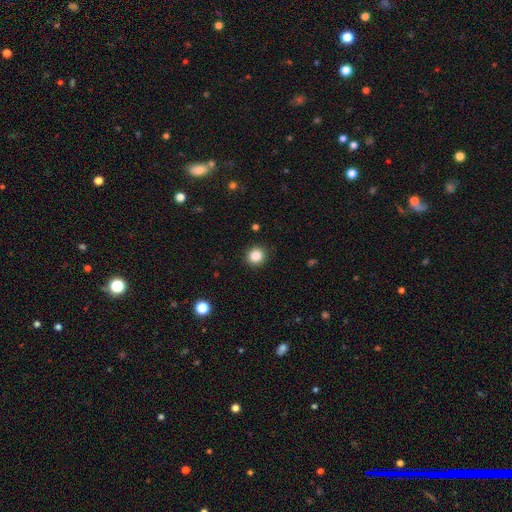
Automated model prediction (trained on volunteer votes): Smooth or featured?
  - smooth: 85% *
  - star or artifact: 10%
  - featured or disk: 4%
How rounded?
  - round: 89% *
  - in between: 10%
  - cigar-shaped: 1%
Merging?
  - none: 92% *
  - minor disturbance: 6%
  - major disturbance: 2%
  - merger: 1%